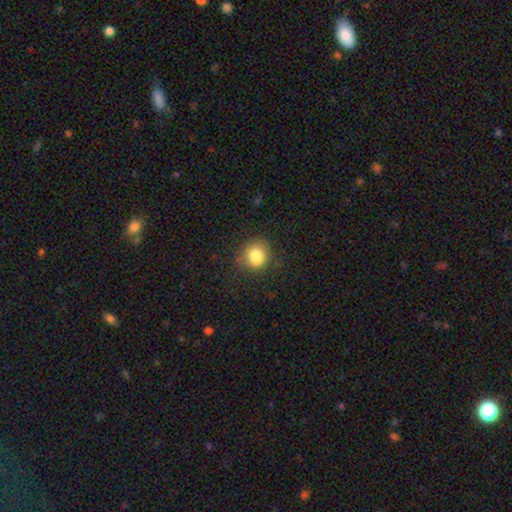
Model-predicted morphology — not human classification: smooth 80%, star or artifact 10%, featured or disk 9%. Down the decision tree: how rounded — round (80%); merging — none (72%).